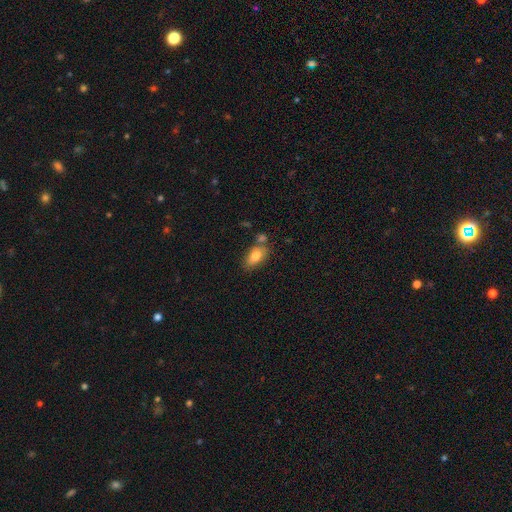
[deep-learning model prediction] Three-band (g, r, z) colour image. It shows a smooth galaxy with no disk features (80%) that is in between round and cigar-shaped (89%). Merging: none (64%).